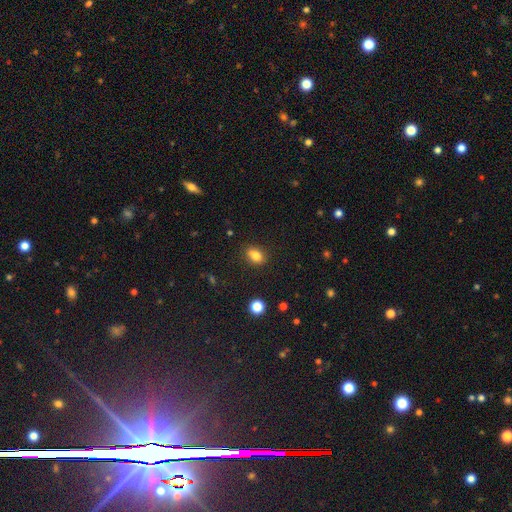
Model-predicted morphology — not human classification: smooth_or_featured: smooth (p=0.81) [alt: star or artifact p=0.11]
how_rounded: in between (p=0.73) [alt: round p=0.25]
merging: none (p=0.80) [alt: minor disturbance p=0.14]